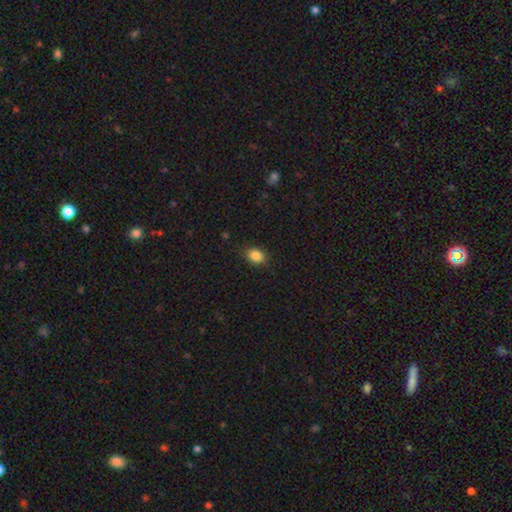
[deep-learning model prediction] Smooth or featured? Predicted: smooth (p=0.86). How rounded? Predicted: in between (p=0.62). Merging? Predicted: none (p=0.84).